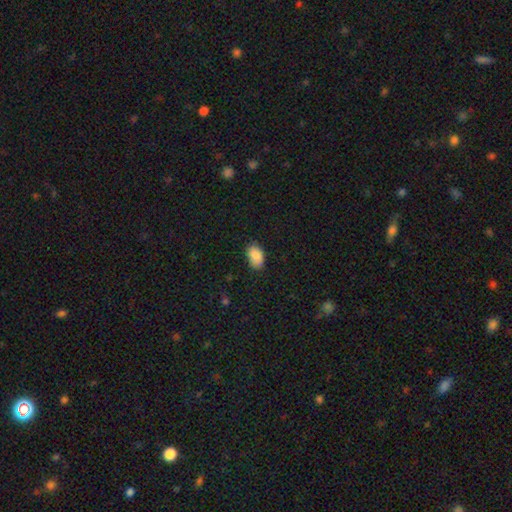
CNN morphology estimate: smooth 89%, star or artifact 7%, featured or disk 4%. Down the decision tree: how rounded — in between (90%); merging — none (78%).